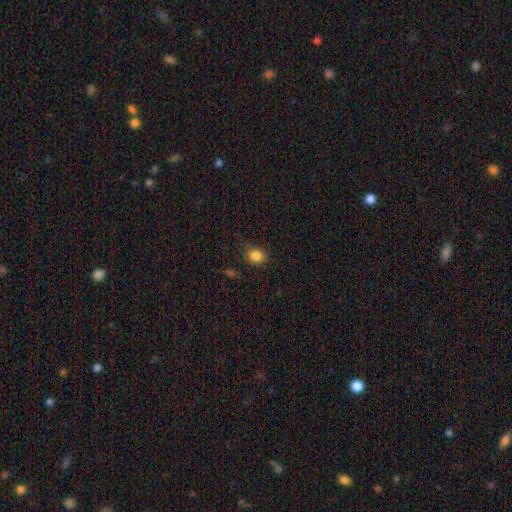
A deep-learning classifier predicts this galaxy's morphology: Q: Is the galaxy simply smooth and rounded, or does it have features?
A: smooth — 83%.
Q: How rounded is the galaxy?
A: round — 67%.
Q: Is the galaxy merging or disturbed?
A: none — 70%.